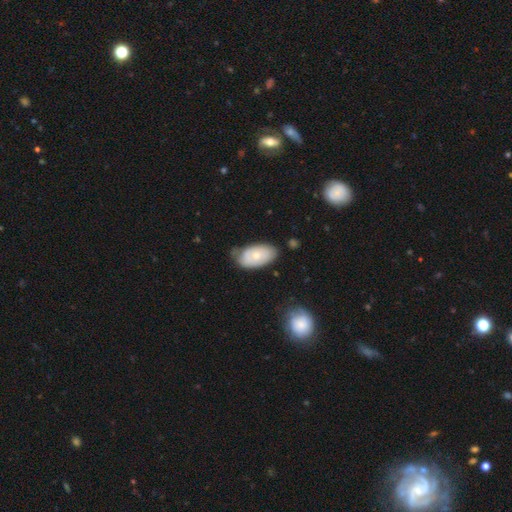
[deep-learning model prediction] Morphology: type=smooth (60%); roundness=in between (94%); merging=none (60%).